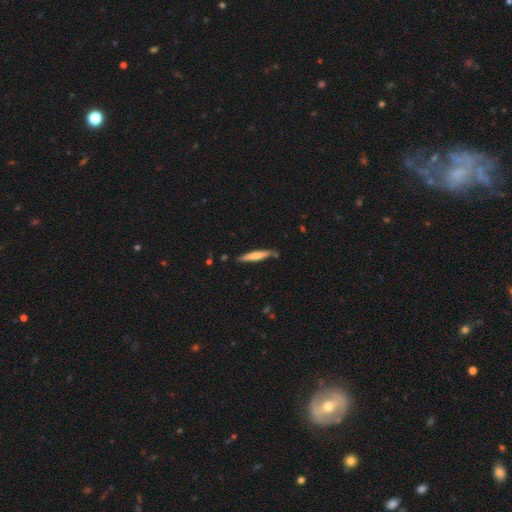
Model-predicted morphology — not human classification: Smooth or featured? Predicted: smooth (p=0.63). How rounded? Predicted: cigar-shaped (p=0.92). Merging? Predicted: none (p=0.81).